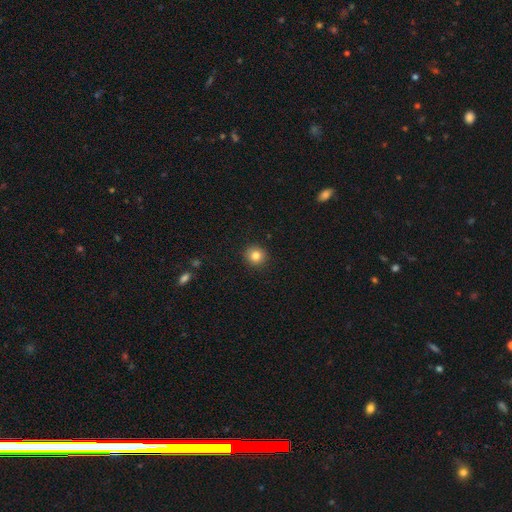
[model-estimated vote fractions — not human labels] smooth 83%, star or artifact 11%, featured or disk 6%. Down the decision tree: how rounded — round (92%); merging — none (92%).